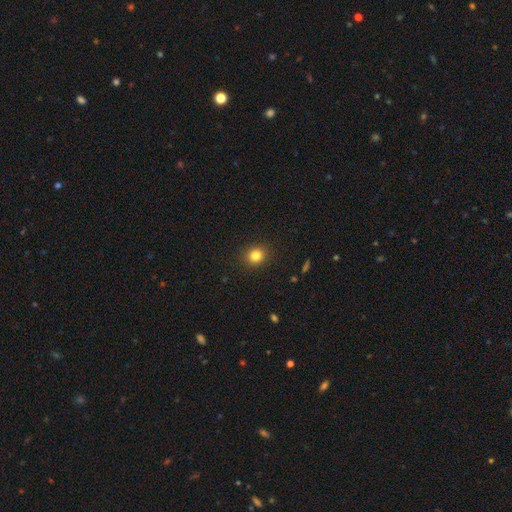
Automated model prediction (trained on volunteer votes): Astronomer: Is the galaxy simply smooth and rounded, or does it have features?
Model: smooth — 82%.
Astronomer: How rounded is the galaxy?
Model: round — 78%.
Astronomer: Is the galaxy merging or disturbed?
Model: none — 90%.